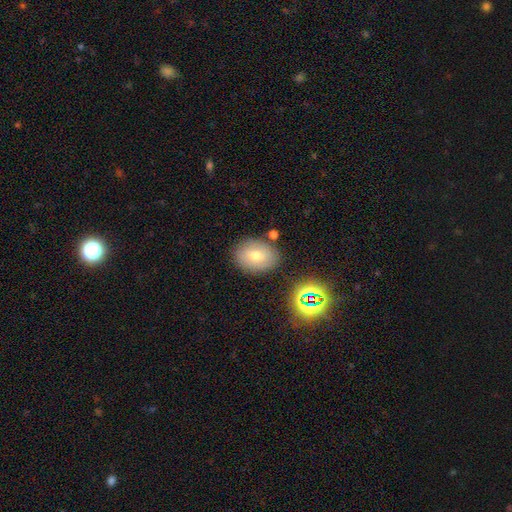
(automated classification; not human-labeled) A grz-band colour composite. It shows a smooth galaxy with no disk features (66%) that is in between round and cigar-shaped (65%). Merging: none (81%).